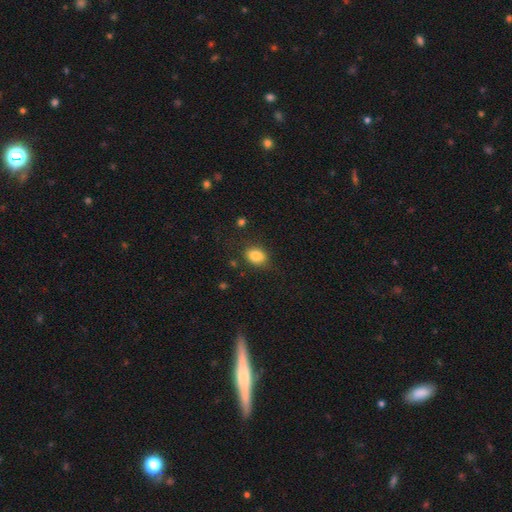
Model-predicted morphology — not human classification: A smooth galaxy with no disk features (84%) that is in between round and cigar-shaped (65%).

Vote fractions:
- Smooth or featured? smooth: 84% / star or artifact: 9% / featured or disk: 7%
- How rounded? in between: 65% / round: 34% / cigar-shaped: 1%
- Merging? none: 79% / minor disturbance: 14% / major disturbance: 4% / merger: 2%